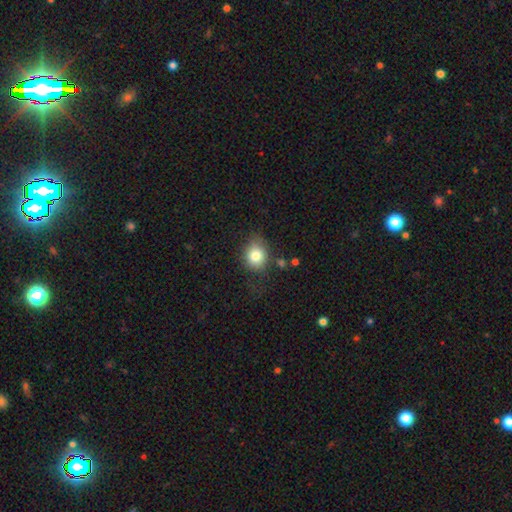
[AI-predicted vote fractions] Overall: smooth (80%). How rounded: round (68%; in between 31%). Merging: none (69%).